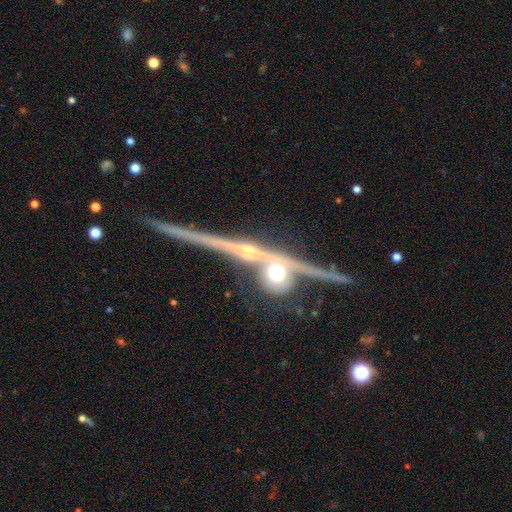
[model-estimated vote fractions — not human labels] Smooth or featured?
  - featured or disk: 84% *
  - star or artifact: 9%
  - smooth: 7%
Edge-on disk?
  - yes: 96% *
  - no: 4%
Edge-on bulge?
  - rounded: 79% *
  - none: 14%
  - boxy: 7%
Merging?
  - none: 70% *
  - merger: 14%
  - minor disturbance: 10%
  - major disturbance: 5%